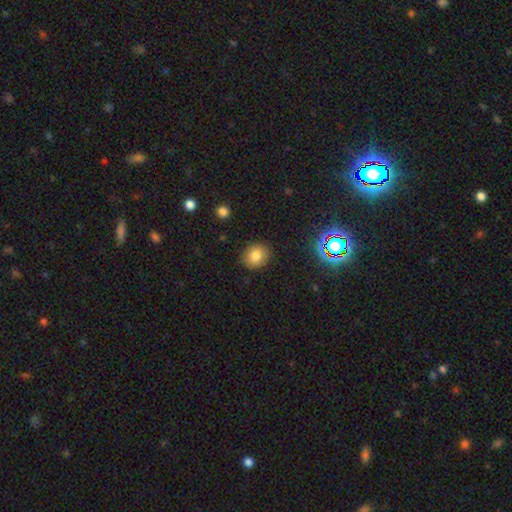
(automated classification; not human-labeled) smooth_or_featured: smooth (p=0.79) [alt: star or artifact p=0.13]
how_rounded: round (p=0.69) [alt: in between p=0.30]
merging: none (p=0.87) [alt: minor disturbance p=0.09]